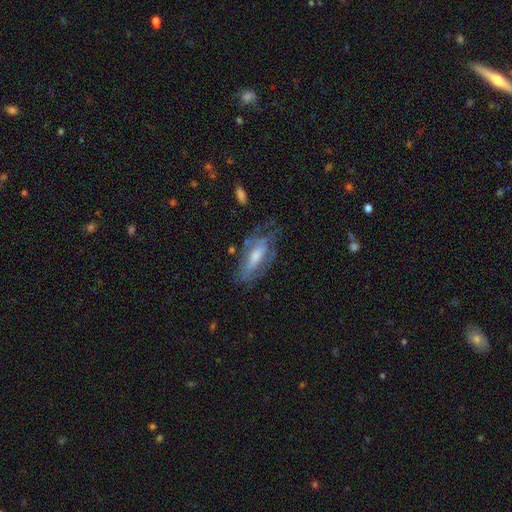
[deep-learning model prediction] Q: Smooth or featured?
A: featured or disk (56%); runner-up: smooth (35%)
Q: Edge-on disk?
A: no (76%); runner-up: yes (24%)
Q: Merging?
A: none (55%); runner-up: minor disturbance (25%)